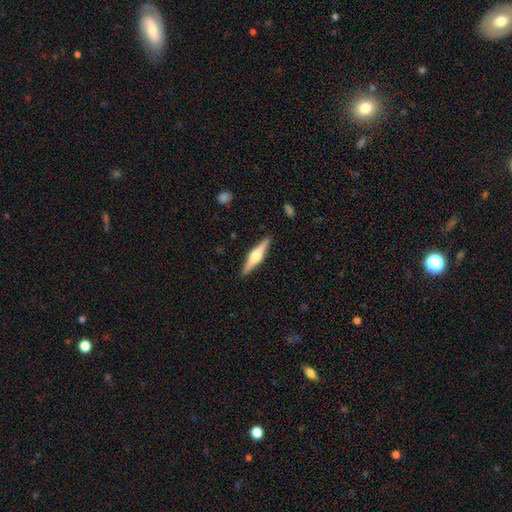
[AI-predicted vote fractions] Smooth or featured? Predicted: featured or disk (p=0.75). Edge-on disk? Predicted: yes (p=0.98). Edge-on bulge? Predicted: rounded (p=0.92). Merging? Predicted: none (p=0.91).